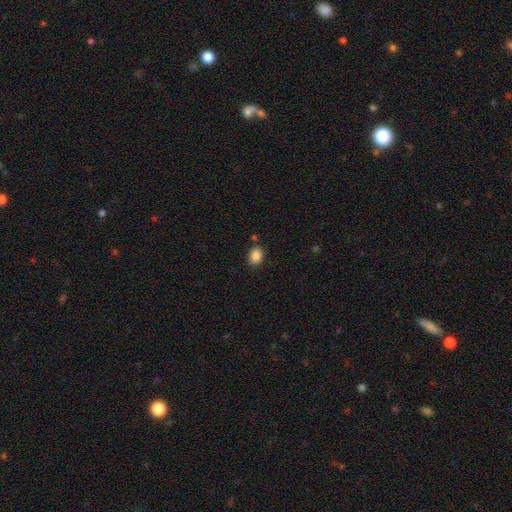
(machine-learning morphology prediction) Q: Smooth or featured?
A: smooth (87%); runner-up: star or artifact (9%)
Q: How rounded?
A: in between (64%); runner-up: round (35%)
Q: Merging?
A: none (81%); runner-up: minor disturbance (11%)